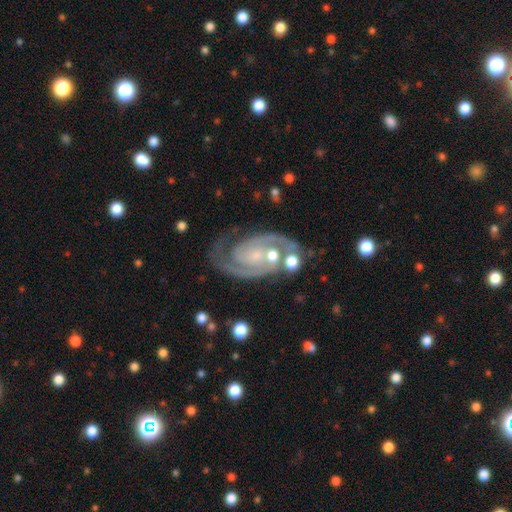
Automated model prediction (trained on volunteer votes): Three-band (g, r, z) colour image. It shows a featured or disk galaxy (93%) with no bar (59%), 2 (91%) tight (55%) spiral arms (98%) and a small central bulge (62%). Merging: none (69%).